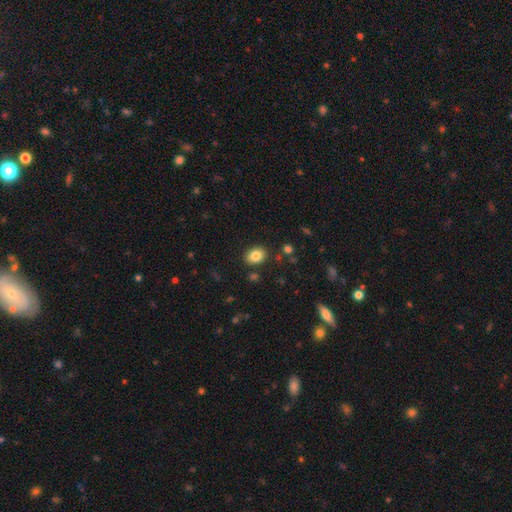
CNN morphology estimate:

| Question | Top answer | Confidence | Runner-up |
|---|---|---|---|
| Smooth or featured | smooth | 84% | star or artifact (9%) |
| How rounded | in between | 69% | round (31%) |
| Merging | none | 86% | minor disturbance (9%) |